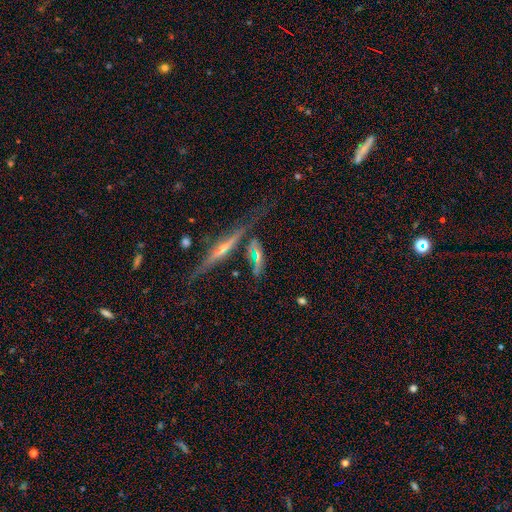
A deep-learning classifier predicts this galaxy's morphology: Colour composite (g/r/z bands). It shows a featured or disk galaxy (54%) viewed edge-on (76%). Merging: none (57%).